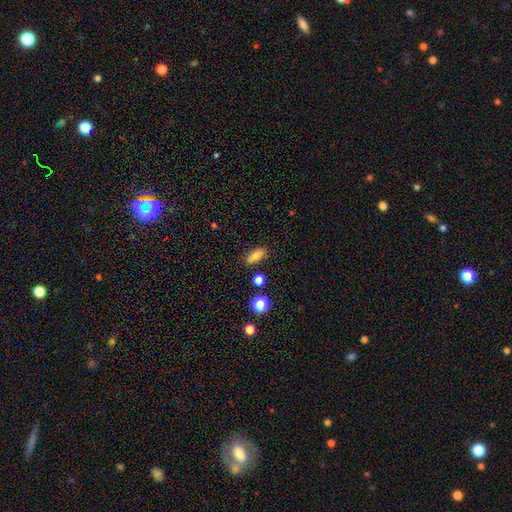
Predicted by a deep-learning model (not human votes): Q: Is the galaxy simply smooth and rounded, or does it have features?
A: smooth — 77%.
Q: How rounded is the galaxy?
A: in between — 80%.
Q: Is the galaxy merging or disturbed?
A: none — 80%.